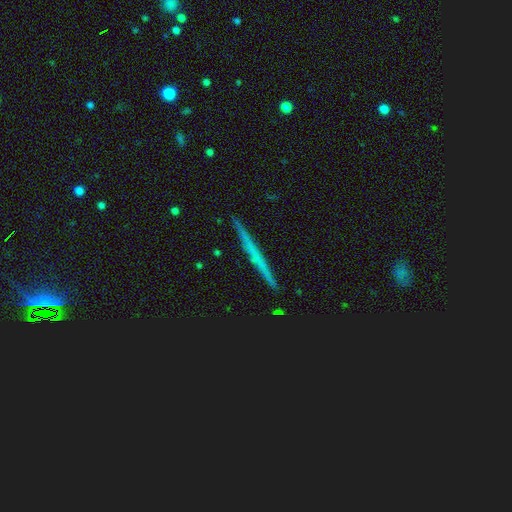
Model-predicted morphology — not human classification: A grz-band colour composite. It shows a featured or disk galaxy (46%). Merging: none (91%).